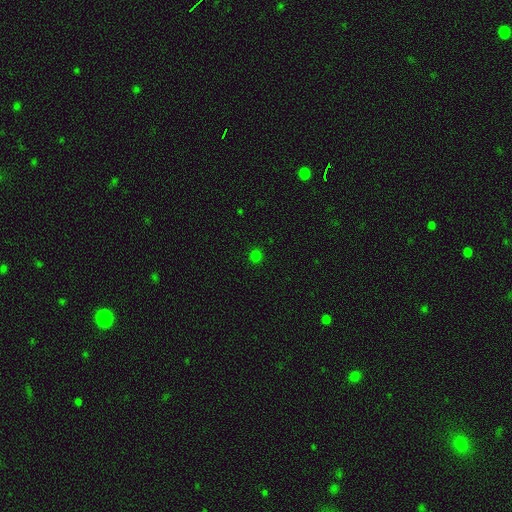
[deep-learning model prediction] This is likely a smooth galaxy (77%). How rounded: clearly round (87%). Merging: clearly none (91%).